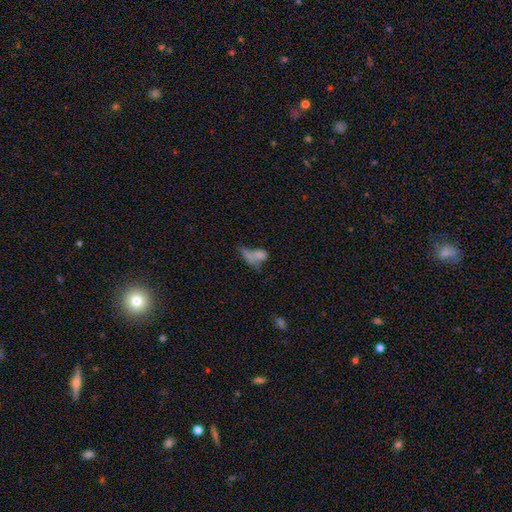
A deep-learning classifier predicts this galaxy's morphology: type=smooth (61%); roundness=in between (80%); merging=merger (41%).